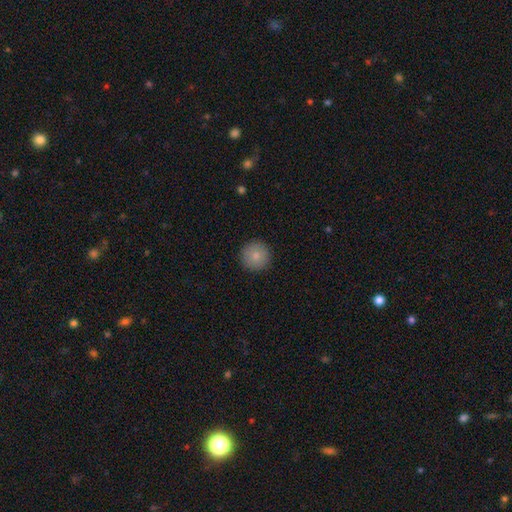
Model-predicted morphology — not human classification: type=smooth (84%); roundness=round (96%); merging=none (92%).